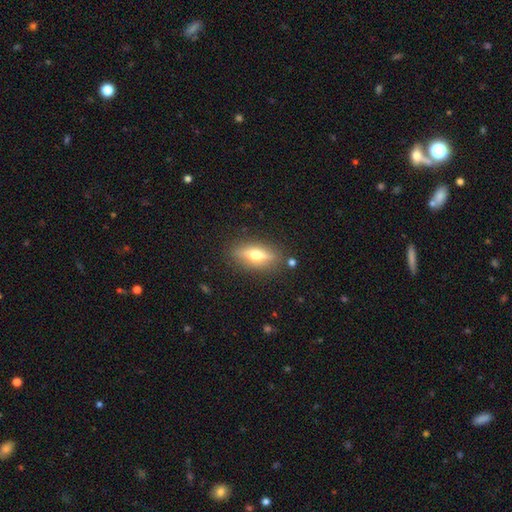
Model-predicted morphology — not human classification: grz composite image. It shows a featured or disk galaxy (51%) viewed edge-on (84%). Merging: none (85%).